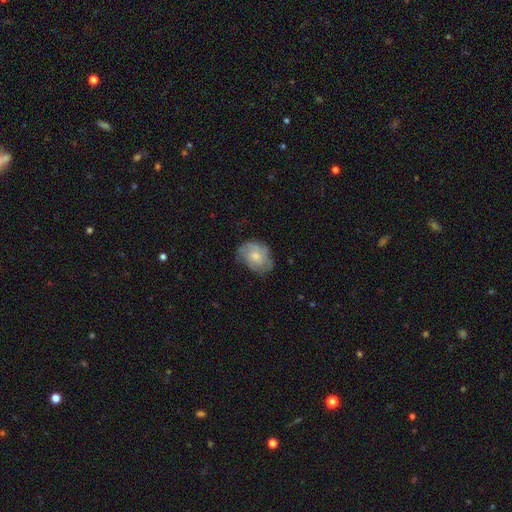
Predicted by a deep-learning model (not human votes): smooth-or-featured: smooth: 48% | featured or disk: 45% | star or artifact: 7%
  merging: none: 61% | minor disturbance: 27% | major disturbance: 11% | merger: 1%